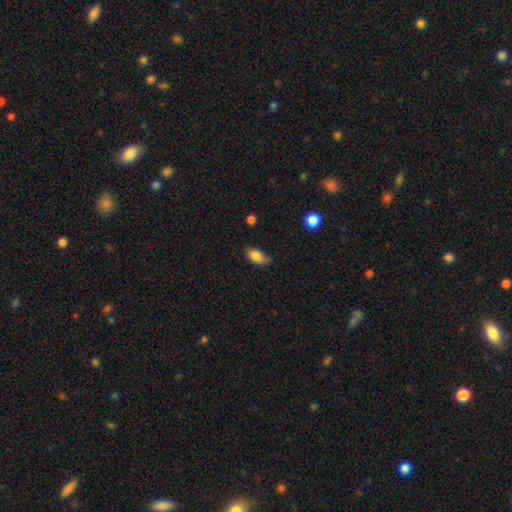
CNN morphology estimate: The model was most divided on "merging": none: 49%, minor disturbance: 40%, major disturbance: 9%, merger: 2%. More confident: how rounded — in between (89%); smooth or featured — smooth (82%).